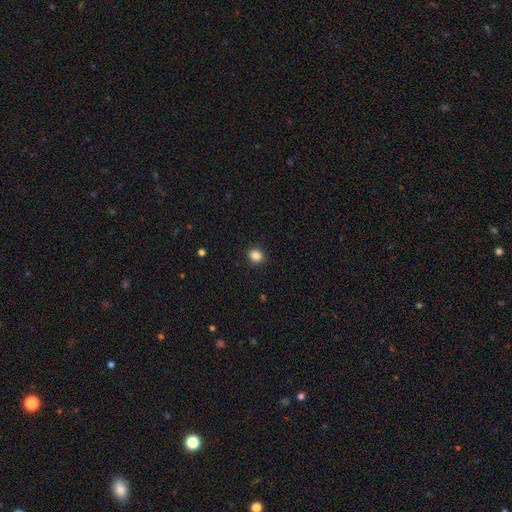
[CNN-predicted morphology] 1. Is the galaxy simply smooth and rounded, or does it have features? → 85% smooth, 11% star or artifact, 4% featured or disk.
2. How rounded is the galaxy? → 79% round, 20% in between, 1% cigar-shaped.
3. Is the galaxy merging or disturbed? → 92% none, 6% minor disturbance, 2% major disturbance, 1% merger.